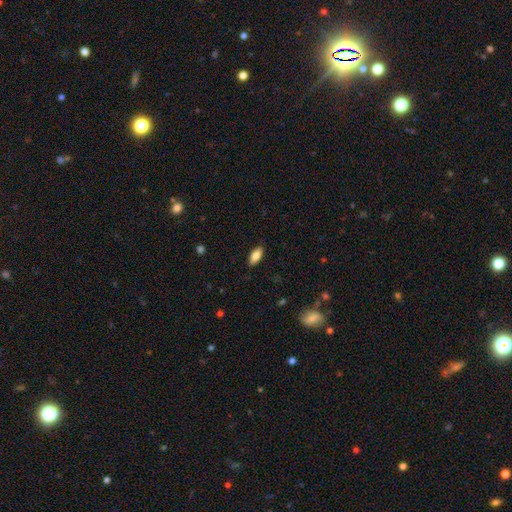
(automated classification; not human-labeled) A smooth galaxy with no disk features (79%) that is in between round and cigar-shaped (85%). Merging: none (87%).